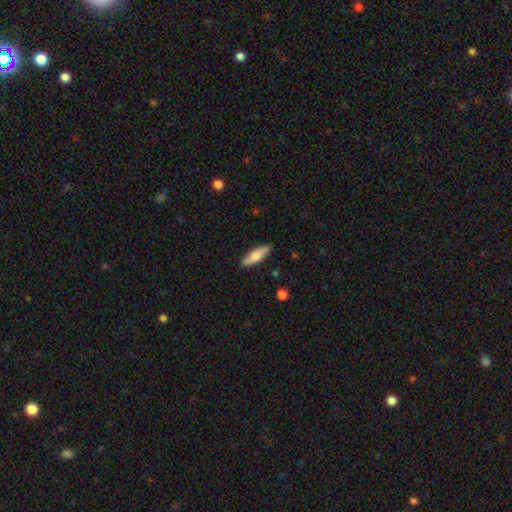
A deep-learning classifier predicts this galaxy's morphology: type=smooth (70%); roundness=cigar-shaped (49%, tied with in between); merging=none (85%).